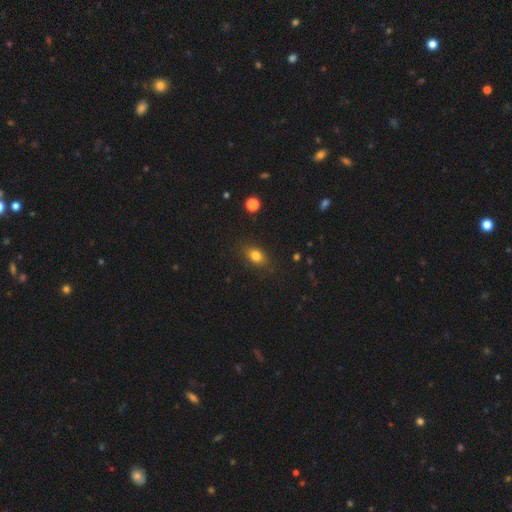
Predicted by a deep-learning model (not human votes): smooth-or-featured: smooth: 81% | star or artifact: 11% | featured or disk: 8%
  how-rounded: in between: 76% | round: 21% | cigar-shaped: 4%
  merging: none: 83% | minor disturbance: 13% | major disturbance: 3% | merger: 1%